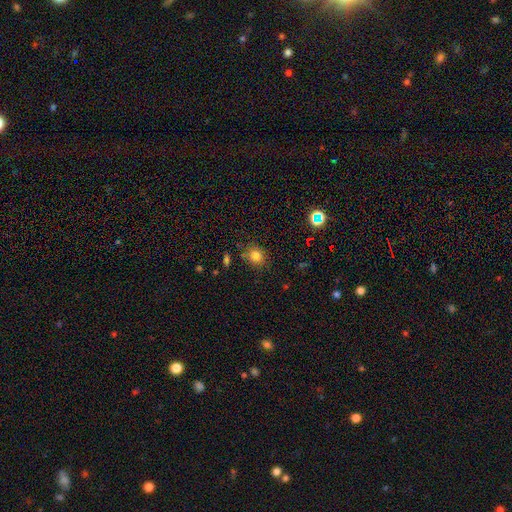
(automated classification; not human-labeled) Smooth or featured? smooth (78%)
How rounded? round (74%)
Merging? none (82%)